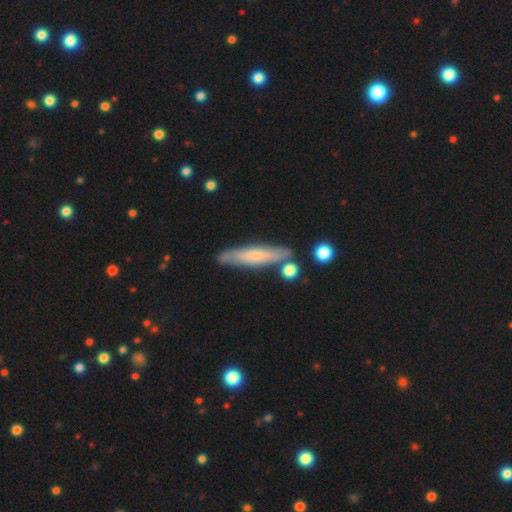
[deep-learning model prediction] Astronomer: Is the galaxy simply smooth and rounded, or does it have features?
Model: smooth — 48% (runner-up: featured or disk, 46%).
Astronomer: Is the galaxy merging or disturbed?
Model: none — 78%.